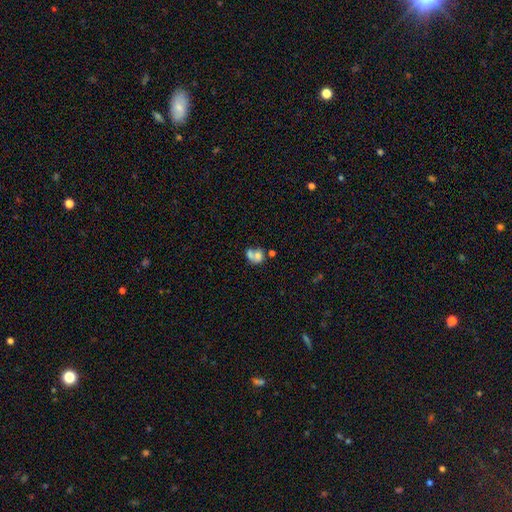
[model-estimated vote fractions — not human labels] This is likely a smooth galaxy (62%). How rounded: possibly round (51%). Merging: likely merger (65%).